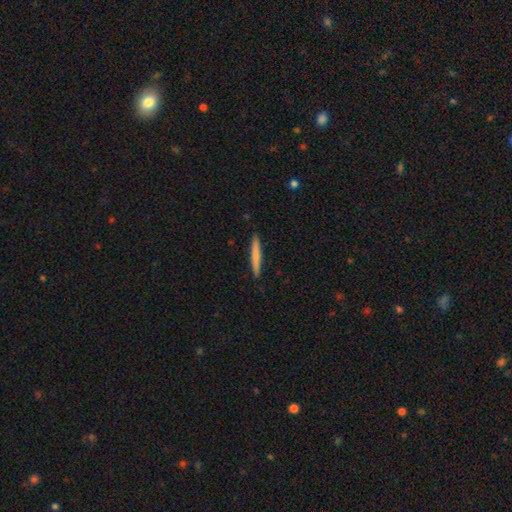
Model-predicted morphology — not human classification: A smooth galaxy with no disk features (73%) that is cigar-shaped (96%).

Vote fractions:
- Smooth or featured? smooth: 73% / featured or disk: 22% / star or artifact: 5%
- How rounded? cigar-shaped: 96% / in between: 3% / round: 1%
- Merging? none: 91% / minor disturbance: 6% / major disturbance: 1% / merger: 1%